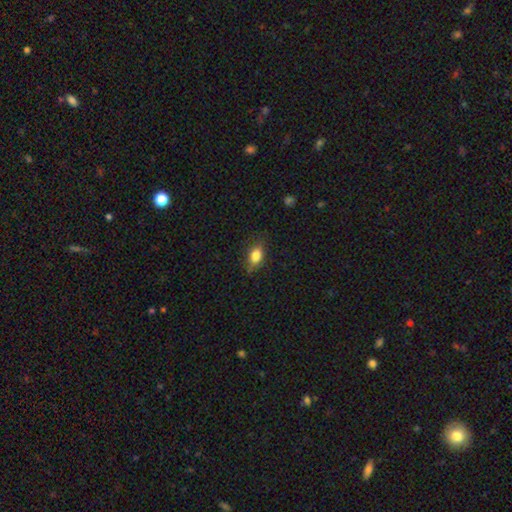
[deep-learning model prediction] Smooth or featured? smooth (82%)
How rounded? in between (78%)
Merging? none (72%)